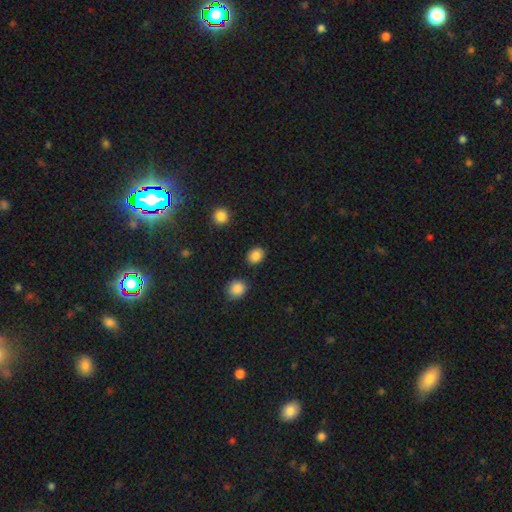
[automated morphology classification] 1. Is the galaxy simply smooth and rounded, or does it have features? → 86% smooth, 9% star or artifact, 5% featured or disk.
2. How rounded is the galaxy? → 53% in between, 46% round, 1% cigar-shaped.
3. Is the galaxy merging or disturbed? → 84% none, 10% minor disturbance, 3% merger, 3% major disturbance.